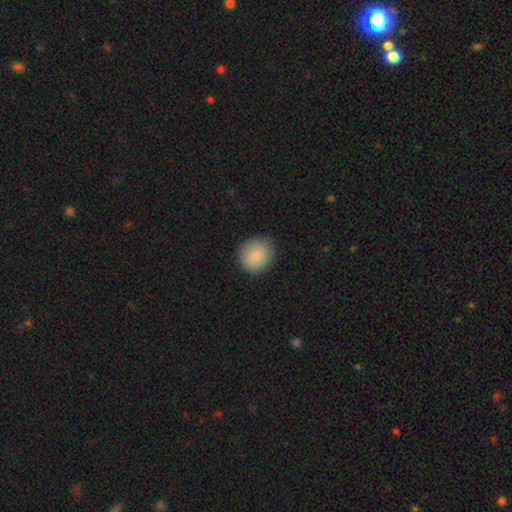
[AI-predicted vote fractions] Q: Smooth or featured?
A: smooth (84%); runner-up: featured or disk (10%)
Q: How rounded?
A: round (78%); runner-up: in between (21%)
Q: Merging?
A: none (84%); runner-up: minor disturbance (12%)